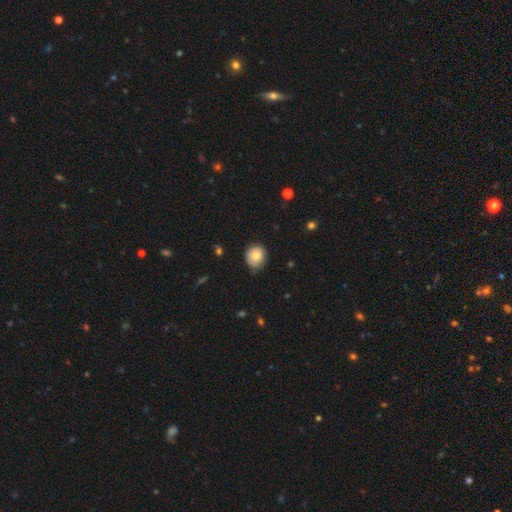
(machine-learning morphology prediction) type=smooth (79%); roundness=round (76%); merging=none (71%).